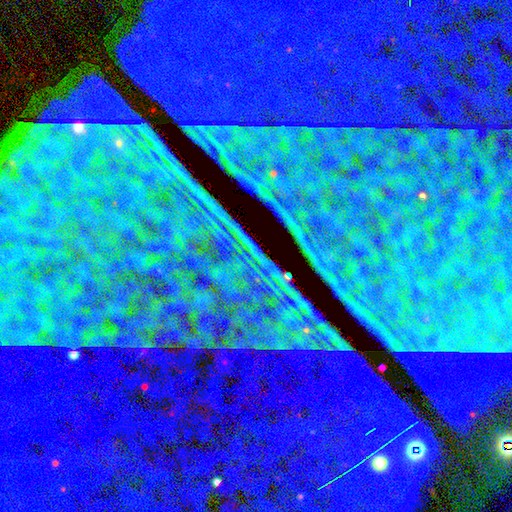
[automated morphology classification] Smooth or featured? Predicted: star or artifact (p=0.88).